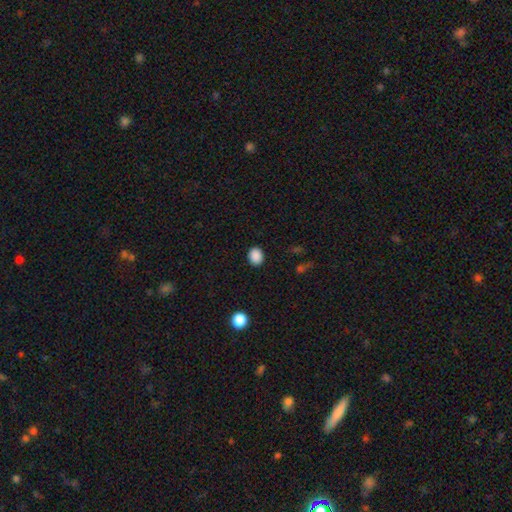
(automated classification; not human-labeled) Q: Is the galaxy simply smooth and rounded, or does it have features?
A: smooth — 88%.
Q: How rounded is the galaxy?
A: round — 55%.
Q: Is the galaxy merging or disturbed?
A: none — 90%.